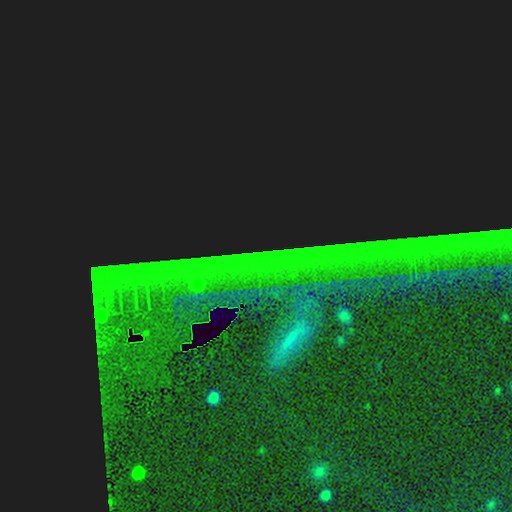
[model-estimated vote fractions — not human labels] Morphology: type=star or artifact (85%).